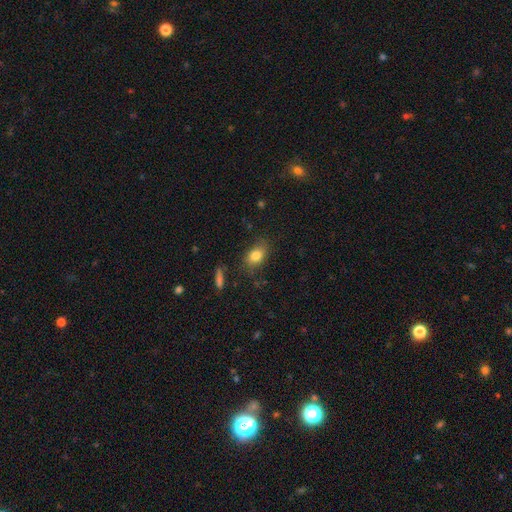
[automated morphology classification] Overall: smooth (81%). How rounded: in between (80%). Merging: none (74%).